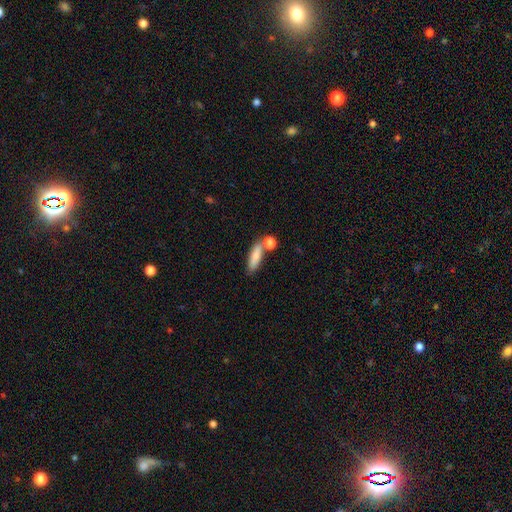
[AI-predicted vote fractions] This is likely a smooth galaxy (77%). How rounded: possibly cigar-shaped (51%). Merging: likely none (62%).